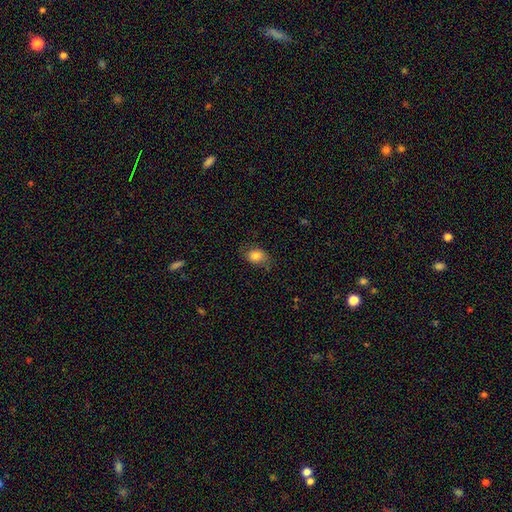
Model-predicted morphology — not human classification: Smooth or featured? smooth (83%)
How rounded? in between (71%)
Merging? none (74%)